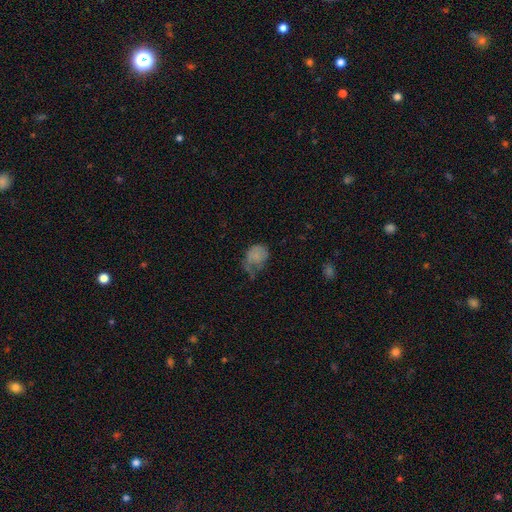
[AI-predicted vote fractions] Smooth or featured: smooth — 64% (featured or disk — 25%)
How rounded: in between — 54% (round — 45%)
Merging: major disturbance — 42% (minor disturbance — 31%)